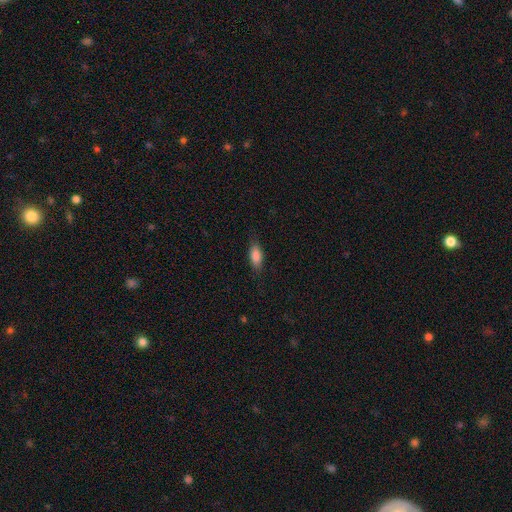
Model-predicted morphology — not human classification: smooth-or-featured: smooth: 85% | featured or disk: 8% | star or artifact: 7%
  how-rounded: in between: 80% | cigar-shaped: 17% | round: 3%
  merging: none: 82% | minor disturbance: 13% | major disturbance: 3% | merger: 1%